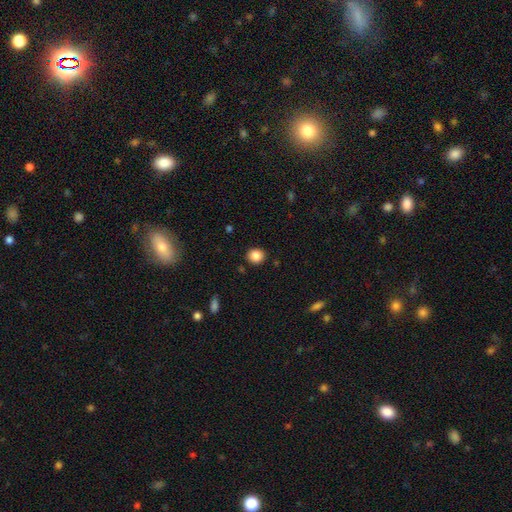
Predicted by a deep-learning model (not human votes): Smooth or featured: smooth — 86% (star or artifact — 10%)
How rounded: round — 82% (in between — 17%)
Merging: none — 89% (minor disturbance — 7%)